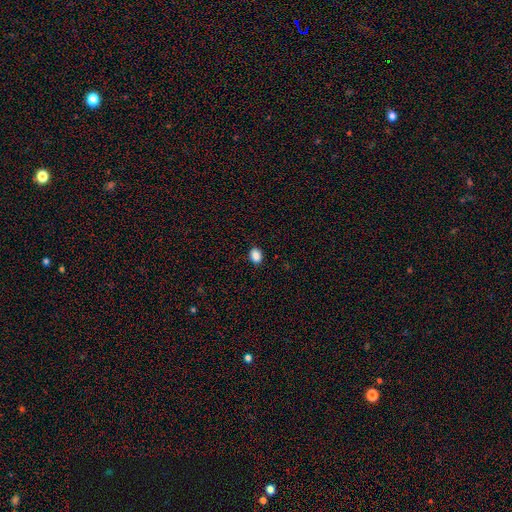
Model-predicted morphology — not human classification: type=smooth (88%); roundness=in between (66%); merging=none (89%).